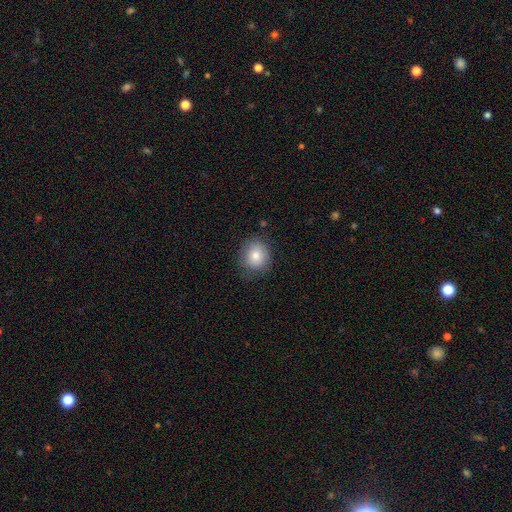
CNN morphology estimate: smooth_or_featured: smooth (p=0.78) [alt: featured or disk p=0.14]
how_rounded: round (p=0.74) [alt: in between p=0.25]
merging: none (p=0.77) [alt: minor disturbance p=0.17]